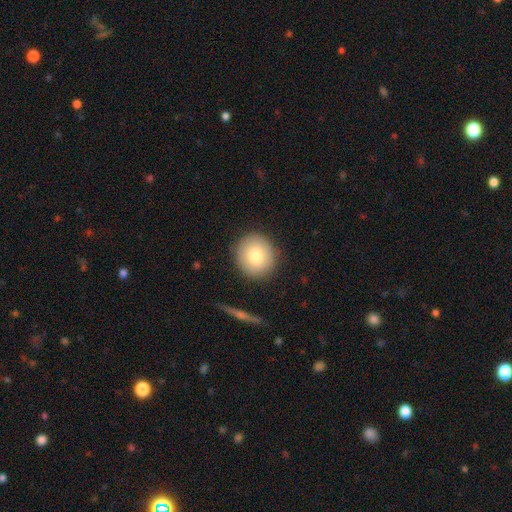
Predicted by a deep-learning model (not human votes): Smooth or featured: smooth — 80% (featured or disk — 12%)
How rounded: round — 90% (in between — 9%)
Merging: none — 88% (minor disturbance — 8%)